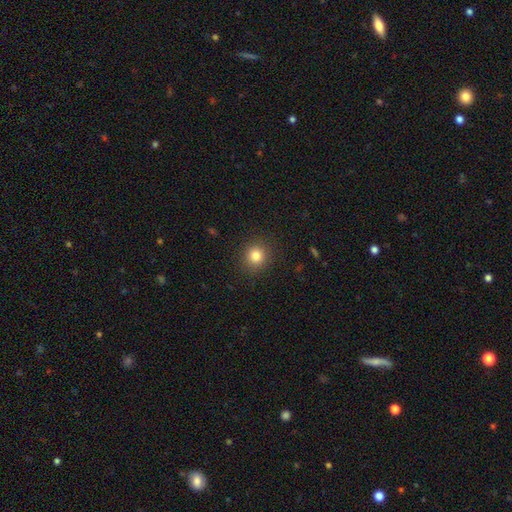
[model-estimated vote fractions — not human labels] smooth 83%, star or artifact 12%, featured or disk 6%. Down the decision tree: how rounded — round (89%); merging — none (90%).